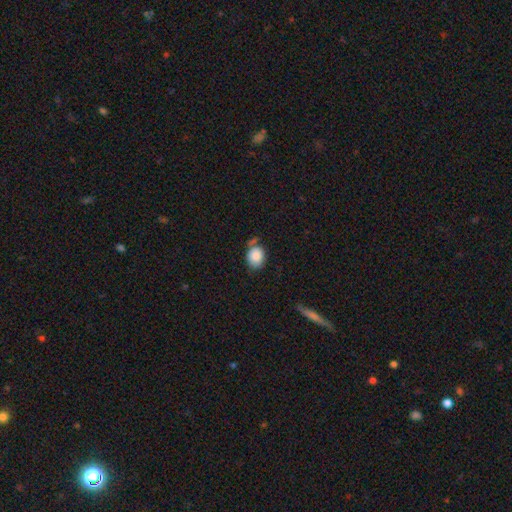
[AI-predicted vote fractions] Smooth or featured: smooth — 84% (star or artifact — 8%)
How rounded: in between — 52% (round — 47%)
Merging: none — 59% (minor disturbance — 22%)